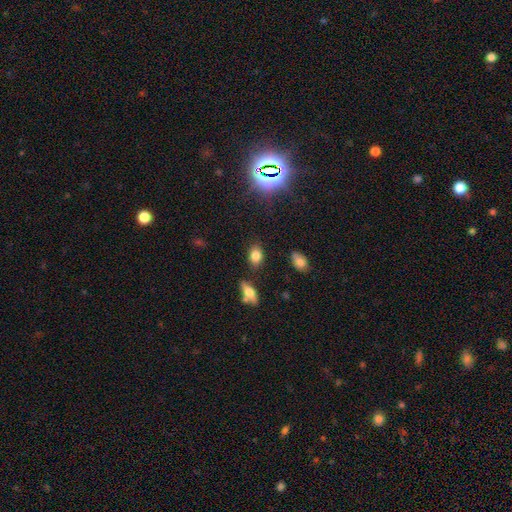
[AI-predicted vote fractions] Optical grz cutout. It shows a smooth galaxy with no disk features (79%) that is in between round and cigar-shaped (77%). Merging: none (82%).